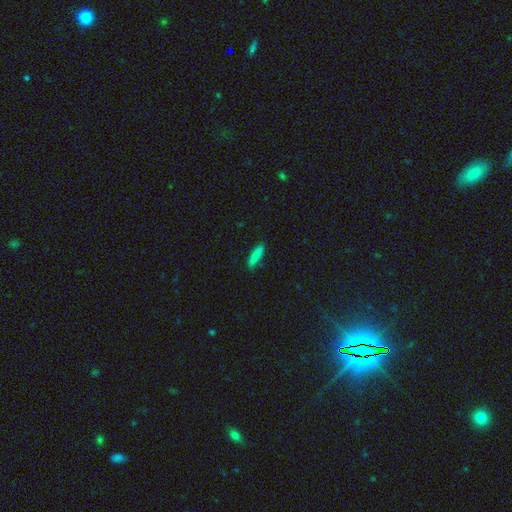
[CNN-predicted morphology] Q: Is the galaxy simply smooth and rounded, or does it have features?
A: smooth — 86%.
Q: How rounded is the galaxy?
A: cigar-shaped — 62%.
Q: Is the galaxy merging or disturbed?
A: none — 83%.